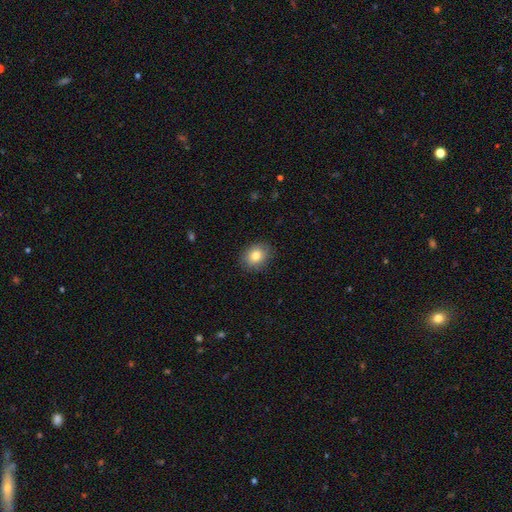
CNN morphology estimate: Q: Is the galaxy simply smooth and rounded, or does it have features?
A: smooth — 81%.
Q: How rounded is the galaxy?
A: round — 53%.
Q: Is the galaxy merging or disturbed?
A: none — 86%.